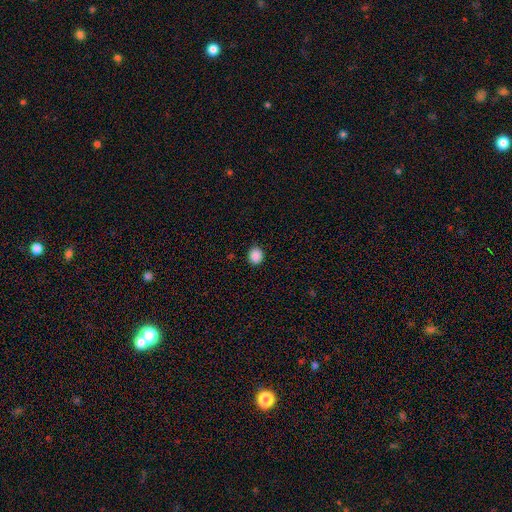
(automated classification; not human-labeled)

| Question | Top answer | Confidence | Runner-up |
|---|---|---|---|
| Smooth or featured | smooth | 88% | star or artifact (9%) |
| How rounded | round | 73% | in between (26%) |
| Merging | none | 90% | minor disturbance (7%) |